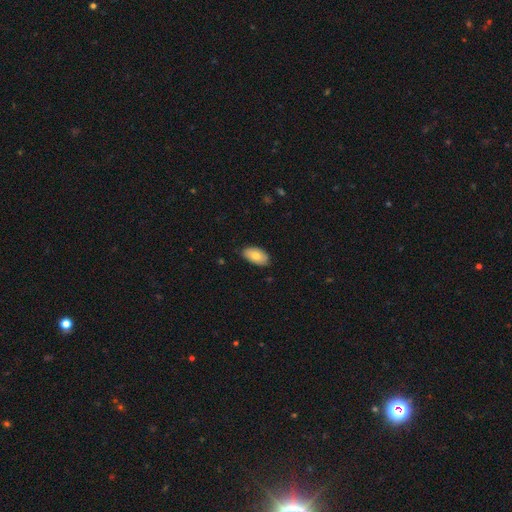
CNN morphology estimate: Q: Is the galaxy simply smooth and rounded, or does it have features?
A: smooth — 78%.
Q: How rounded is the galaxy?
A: in between — 95%.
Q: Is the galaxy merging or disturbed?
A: none — 84%.